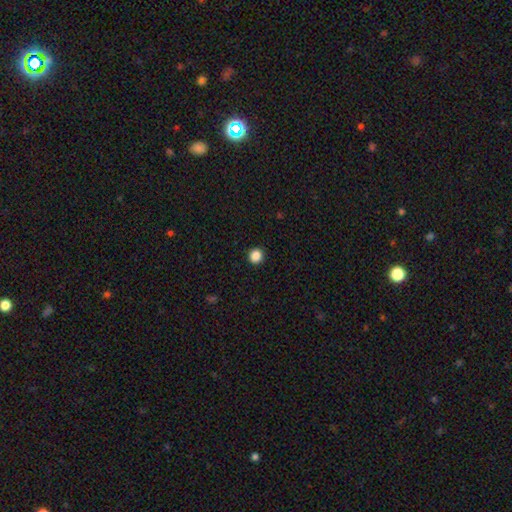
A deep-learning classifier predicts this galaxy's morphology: type=smooth (87%); roundness=round (89%); merging=none (93%).